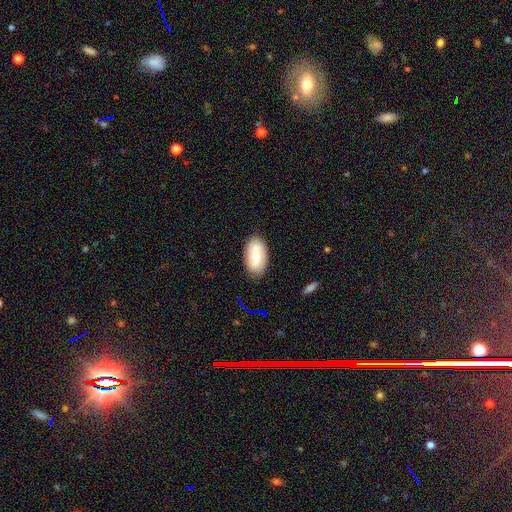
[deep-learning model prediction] smooth-or-featured: smooth: 58% | featured or disk: 35% | star or artifact: 7%
  how-rounded: in between: 93% | round: 4% | cigar-shaped: 3%
  merging: none: 85% | minor disturbance: 11% | major disturbance: 3% | merger: 1%